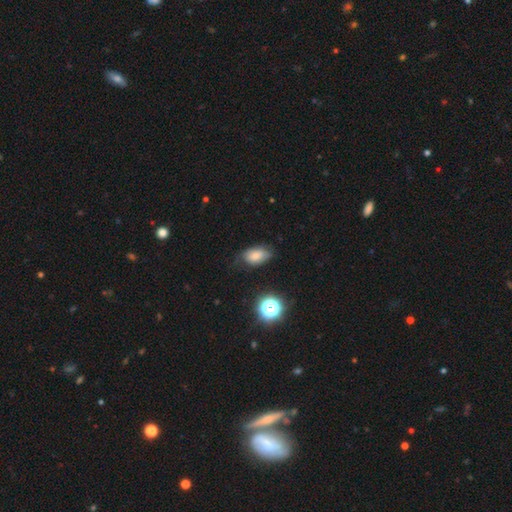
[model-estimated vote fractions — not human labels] A smooth galaxy with no disk features (70%) that is in between round and cigar-shaped (89%). Merging: none (60%).